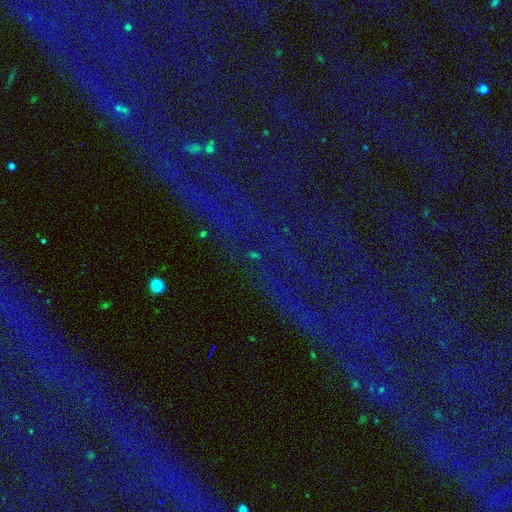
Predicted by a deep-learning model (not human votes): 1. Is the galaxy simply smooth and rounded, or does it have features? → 81% star or artifact, 10% featured or disk, 9% smooth.